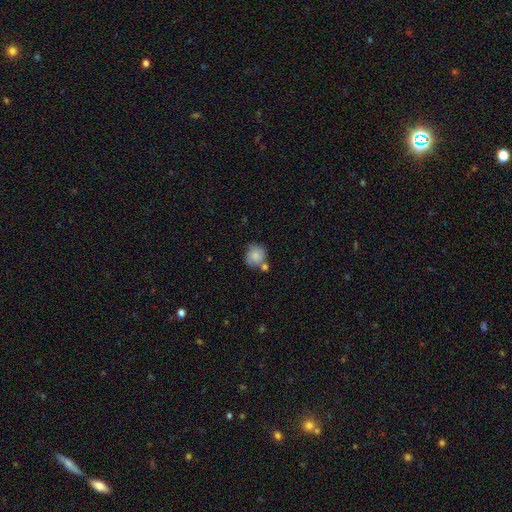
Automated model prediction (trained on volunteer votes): A smooth galaxy with no disk features (77%) that is round (79%).

Vote fractions:
- Smooth or featured? smooth: 77% / featured or disk: 16% / star or artifact: 8%
- How rounded? round: 79% / in between: 20% / cigar-shaped: 1%
- Merging? none: 55% / merger: 21% / minor disturbance: 19% / major disturbance: 5%